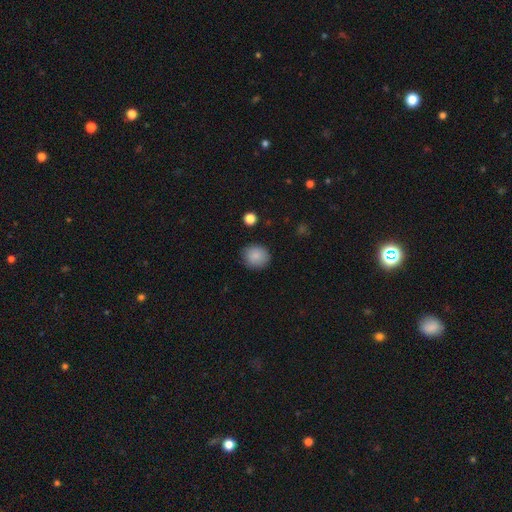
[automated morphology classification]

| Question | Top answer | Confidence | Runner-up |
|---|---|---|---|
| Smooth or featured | smooth | 87% | star or artifact (8%) |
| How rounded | round | 80% | in between (20%) |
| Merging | none | 85% | minor disturbance (11%) |